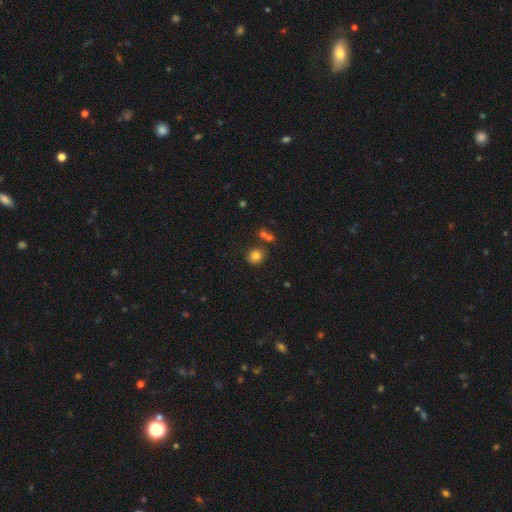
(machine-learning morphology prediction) The model was most divided on "how rounded": round: 79%, in between: 20%, cigar-shaped: 1%. More confident: smooth or featured — smooth (81%); merging — none (74%).